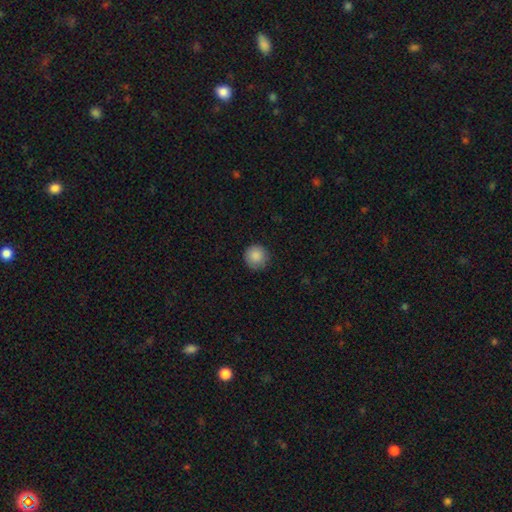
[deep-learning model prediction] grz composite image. It shows a smooth galaxy with no disk features (88%) that is round (95%). Merging: none (88%).